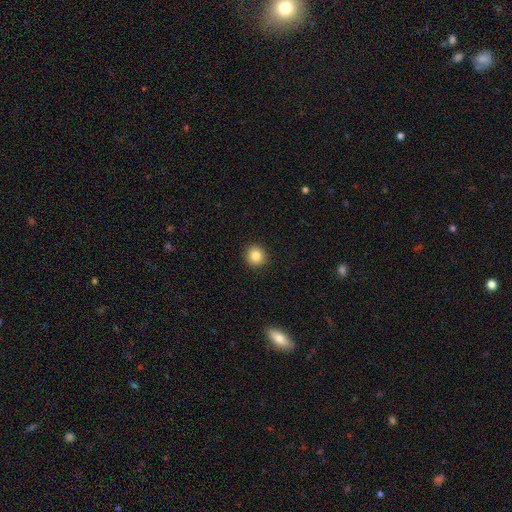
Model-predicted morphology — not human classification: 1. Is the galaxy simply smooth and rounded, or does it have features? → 84% smooth, 10% star or artifact, 6% featured or disk.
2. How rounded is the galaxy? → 94% round, 5% in between, 1% cigar-shaped.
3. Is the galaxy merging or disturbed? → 93% none, 5% minor disturbance, 2% major disturbance, 1% merger.